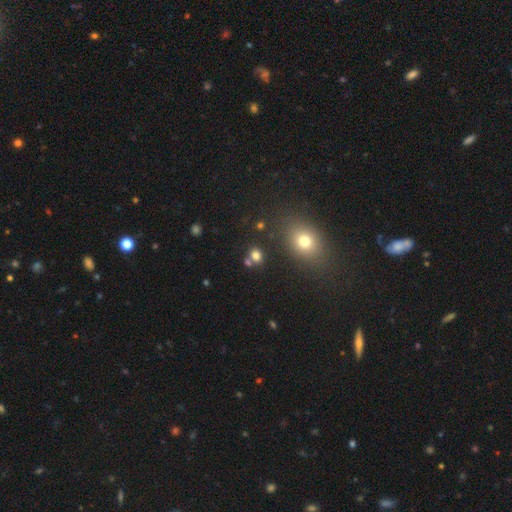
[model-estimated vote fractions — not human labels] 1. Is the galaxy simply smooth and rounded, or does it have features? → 76% smooth, 16% star or artifact, 7% featured or disk.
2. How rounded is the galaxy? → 69% round, 30% in between, 1% cigar-shaped.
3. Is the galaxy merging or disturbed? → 68% none, 19% merger, 9% minor disturbance, 4% major disturbance.